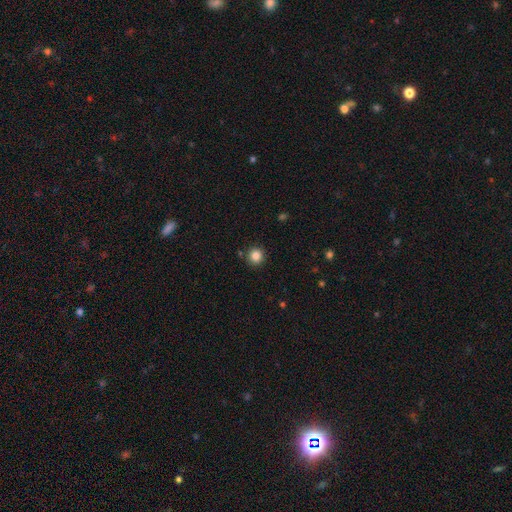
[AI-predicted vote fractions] Smooth or featured? Predicted: smooth (p=0.85). How rounded? Predicted: round (p=0.93). Merging? Predicted: none (p=0.89).